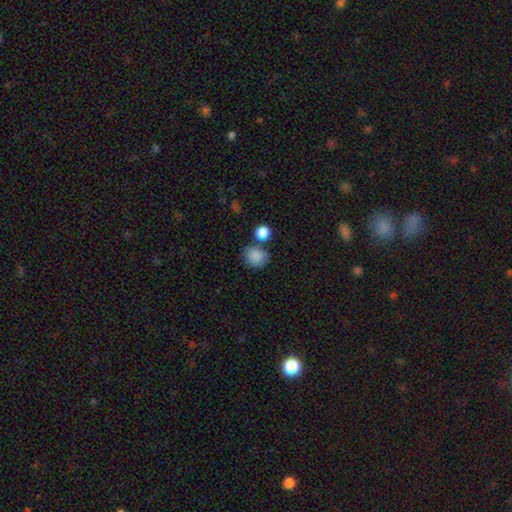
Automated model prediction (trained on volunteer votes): smooth-or-featured: smooth: 86% | star or artifact: 9% | featured or disk: 5%
  how-rounded: round: 72% | in between: 27% | cigar-shaped: 1%
  merging: none: 64% | merger: 17% | minor disturbance: 14% | major disturbance: 5%